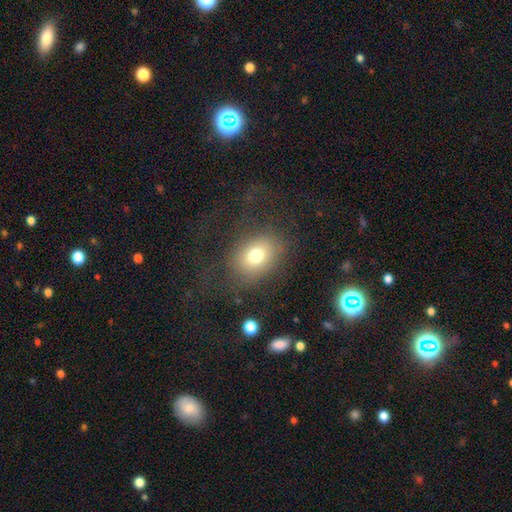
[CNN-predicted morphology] This appears to be a smooth galaxy with no disk features (73%) that is in between round and cigar-shaped (60%). Merging: none (66%).